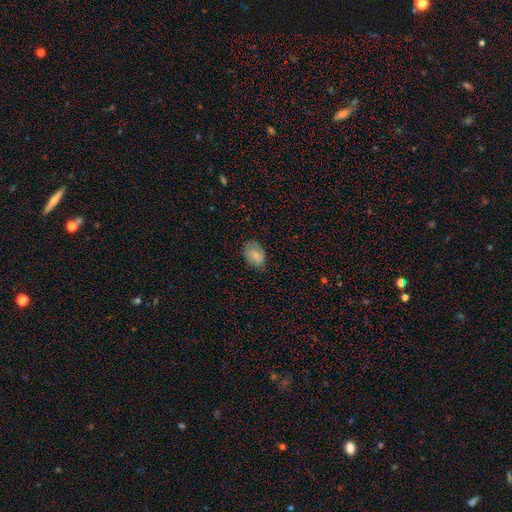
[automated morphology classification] This appears to be a smooth galaxy with no disk features (78%) that is in between round and cigar-shaped (79%). Merging: none (69%).